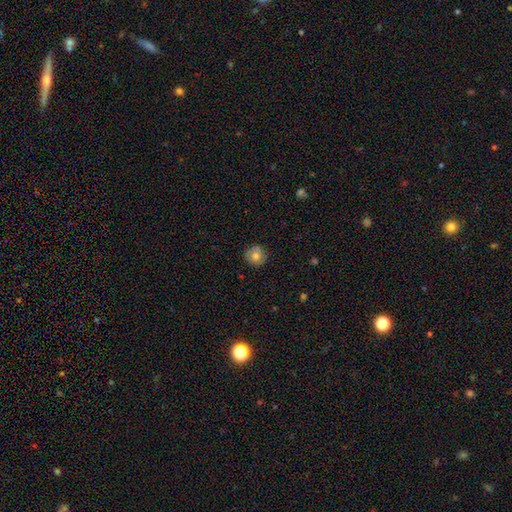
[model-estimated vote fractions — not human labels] This appears to be a smooth galaxy with no disk features (75%) that is round (93%). Merging: none (86%).